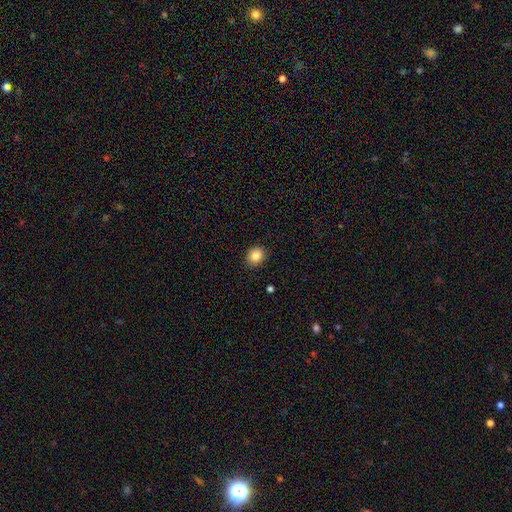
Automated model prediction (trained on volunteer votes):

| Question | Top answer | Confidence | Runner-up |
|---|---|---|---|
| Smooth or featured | smooth | 85% | star or artifact (9%) |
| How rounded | round | 59% | in between (40%) |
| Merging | none | 90% | minor disturbance (7%) |